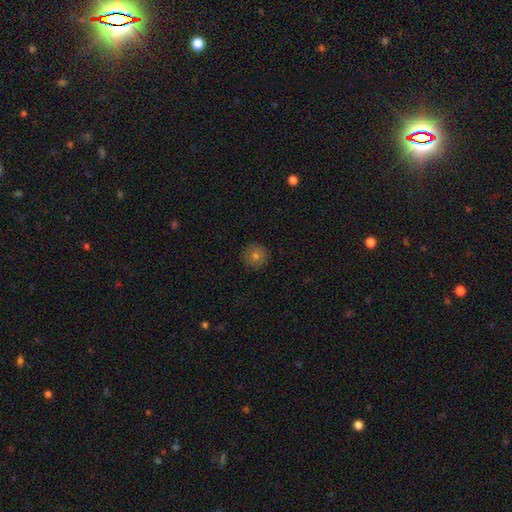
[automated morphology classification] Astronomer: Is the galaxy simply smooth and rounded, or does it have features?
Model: smooth — 75%.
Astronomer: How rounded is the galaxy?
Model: round — 95%.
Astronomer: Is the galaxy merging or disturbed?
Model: none — 90%.